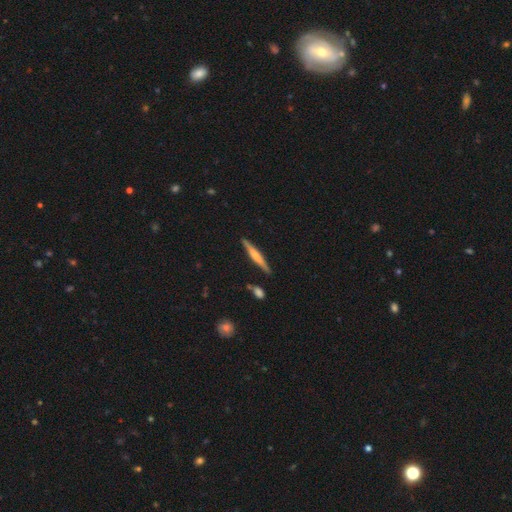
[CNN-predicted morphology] Q: Smooth or featured?
A: featured or disk (51%); runner-up: smooth (43%)
Q: Edge-on disk?
A: yes (97%); runner-up: no (3%)
Q: Merging?
A: none (86%); runner-up: minor disturbance (10%)